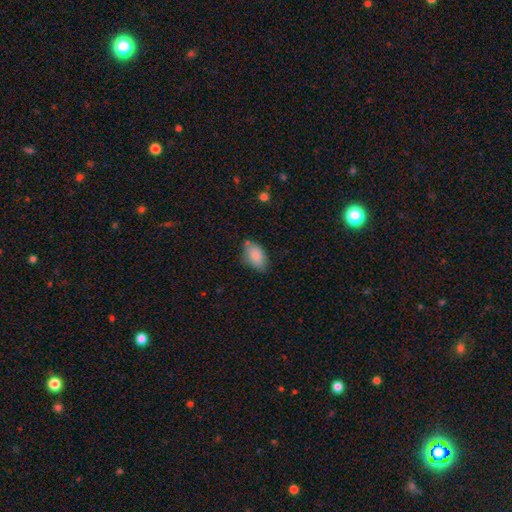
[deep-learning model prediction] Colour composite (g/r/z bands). It shows a smooth galaxy with no disk features (87%) that is in between round and cigar-shaped (91%). Merging: none (67%).